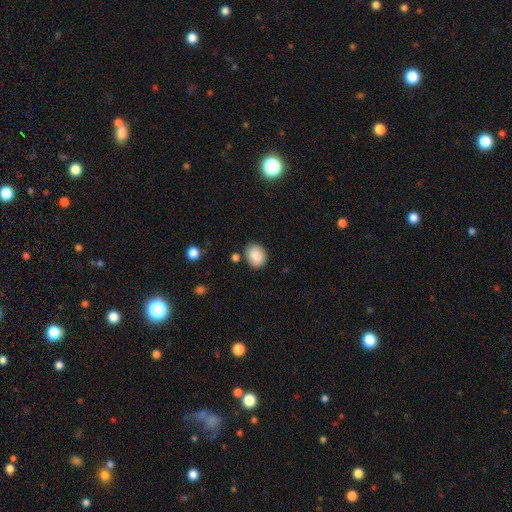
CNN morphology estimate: A smooth galaxy with no disk features (88%) that is in between round and cigar-shaped (51%). Merging: none (78%).